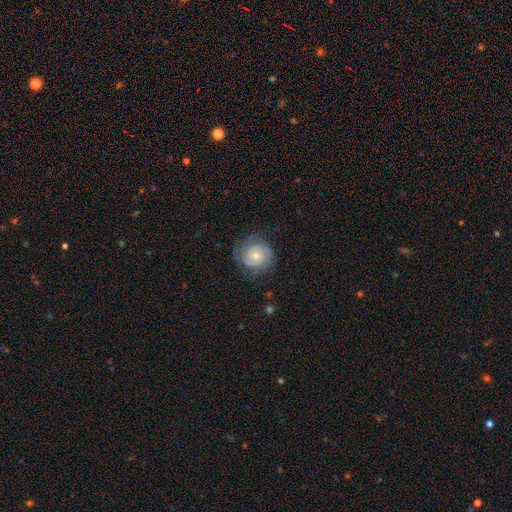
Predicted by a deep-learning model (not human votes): Morphology: type=featured or disk (71%); edge-on=no (98%); bar=no (72%); spiral arms=yes (93%); winding=tight (65%); arm count=2 (67%); bulge=small (50%); merging=none (77%).